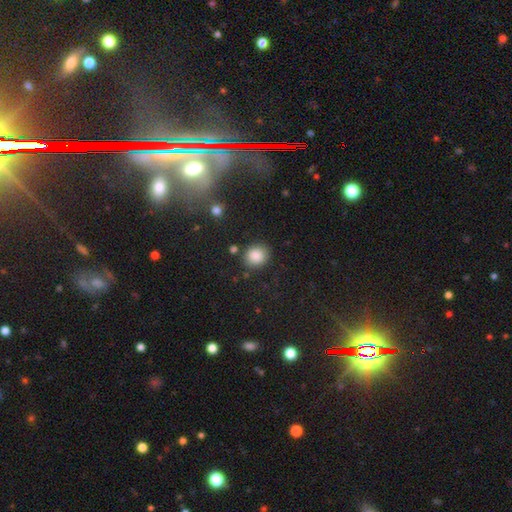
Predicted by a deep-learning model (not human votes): A smooth galaxy with no disk features (87%) that is round (72%).

Vote fractions:
- Smooth or featured? smooth: 87% / star or artifact: 9% / featured or disk: 4%
- How rounded? round: 72% / in between: 26% / cigar-shaped: 1%
- Merging? none: 81% / minor disturbance: 11% / merger: 4% / major disturbance: 4%